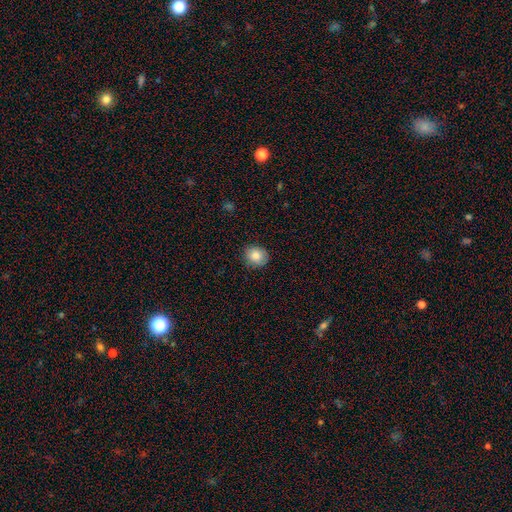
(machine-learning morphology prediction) Smooth or featured: smooth — 84% (star or artifact — 9%)
How rounded: round — 70% (in between — 29%)
Merging: none — 85% (minor disturbance — 12%)